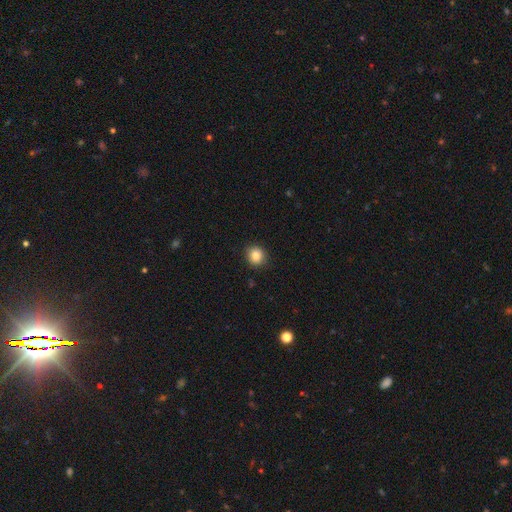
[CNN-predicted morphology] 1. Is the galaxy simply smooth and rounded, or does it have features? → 83% smooth, 10% star or artifact, 7% featured or disk.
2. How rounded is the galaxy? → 85% round, 14% in between, 1% cigar-shaped.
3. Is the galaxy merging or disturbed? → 90% none, 7% minor disturbance, 2% major disturbance, 1% merger.